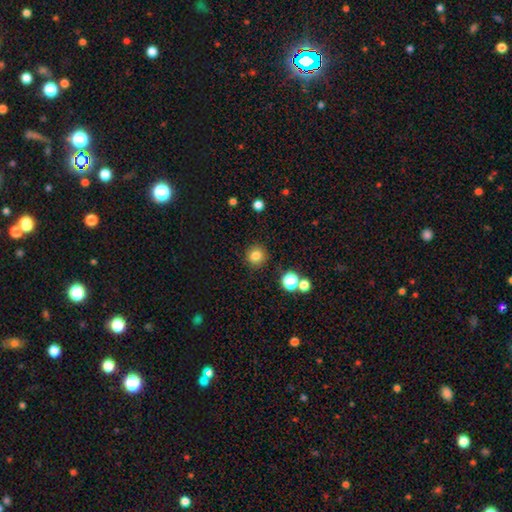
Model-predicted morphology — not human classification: A smooth galaxy with no disk features (81%) that is round (92%). Merging: none (89%).